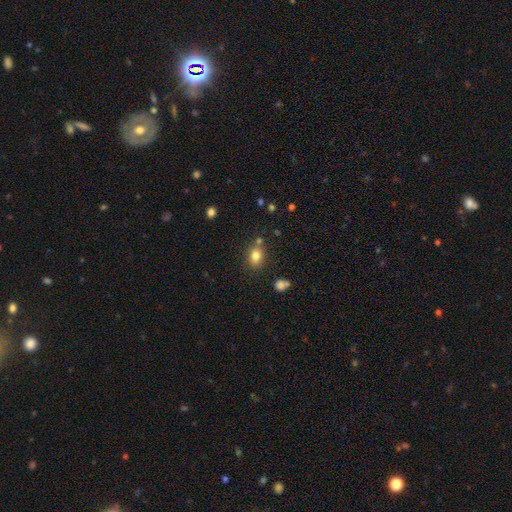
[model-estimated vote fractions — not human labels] This is clearly a smooth galaxy (80%). How rounded: possibly in between (57%). Merging: likely none (73%).